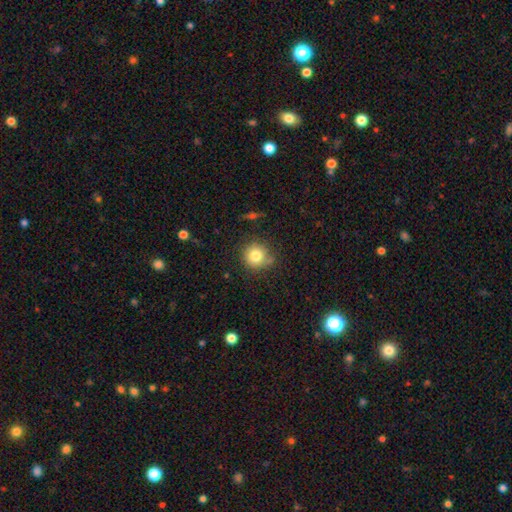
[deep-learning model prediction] The model was most divided on "merging": none: 76%, minor disturbance: 16%, merger: 4%, major disturbance: 4%. More confident: how rounded — round (92%); smooth or featured — smooth (80%).